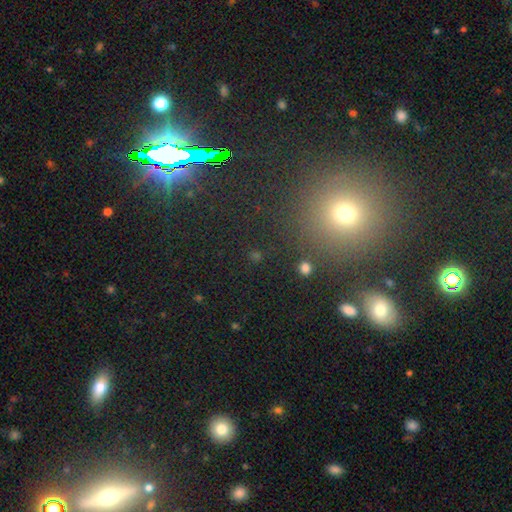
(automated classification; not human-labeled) Smooth or featured: star or artifact — 52% (smooth — 39%)